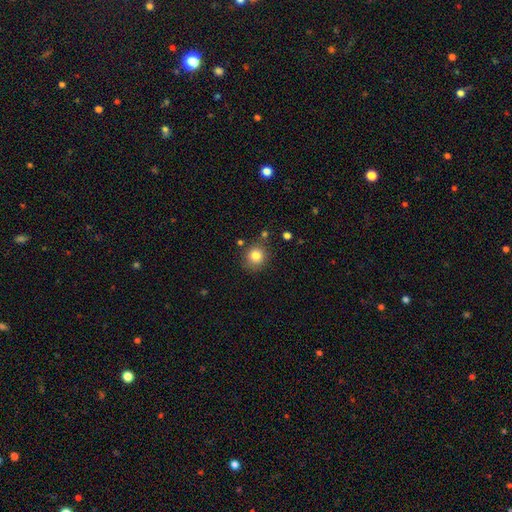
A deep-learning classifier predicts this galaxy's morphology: type=smooth (82%); roundness=round (82%); merging=none (81%).